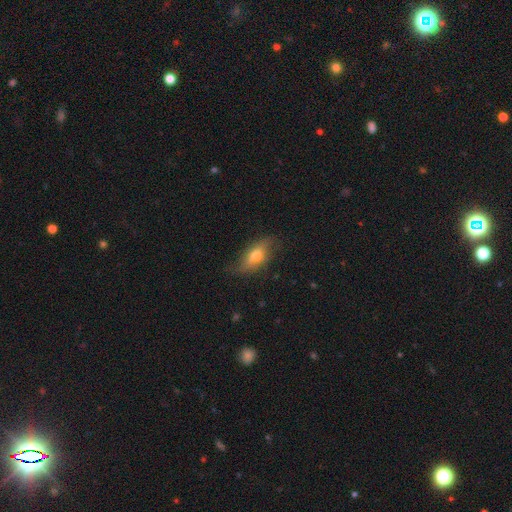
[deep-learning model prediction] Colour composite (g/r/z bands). It shows a smooth galaxy with no disk features (57%) that is in between round and cigar-shaped (75%). Merging: none (69%).